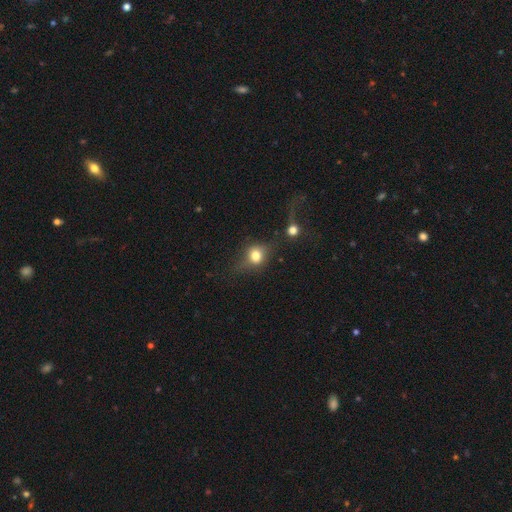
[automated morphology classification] This is likely a smooth galaxy (70%). How rounded: likely round (69%). Merging: possibly none (51%).